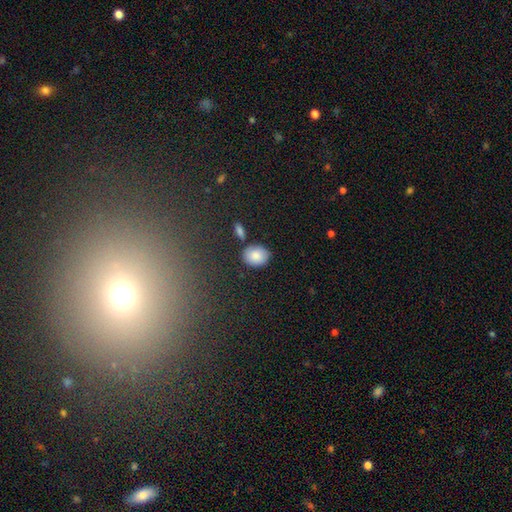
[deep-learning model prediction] A smooth galaxy with no disk features (85%) that is round (52%).

Vote fractions:
- Smooth or featured? smooth: 85% / star or artifact: 8% / featured or disk: 7%
- How rounded? round: 52% / in between: 47% / cigar-shaped: 1%
- Merging? none: 78% / minor disturbance: 12% / merger: 7% / major disturbance: 3%